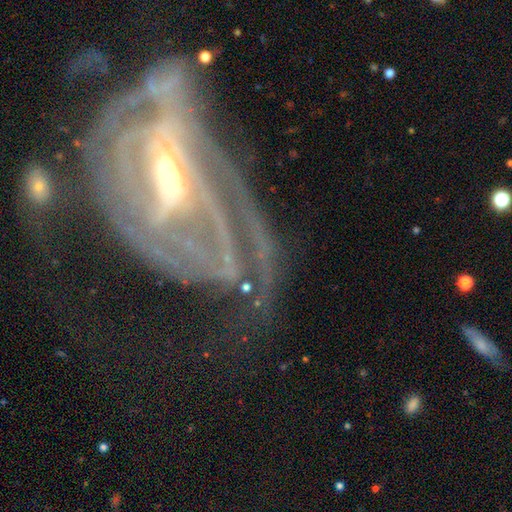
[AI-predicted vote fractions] Morphology: type=featured or disk (85%); edge-on=no (93%); bar=weak (36%); spiral arms=yes (84%); winding=tight (59%); arm count=can't tell (44%); bulge=moderate (54%); merging=major disturbance (39%).